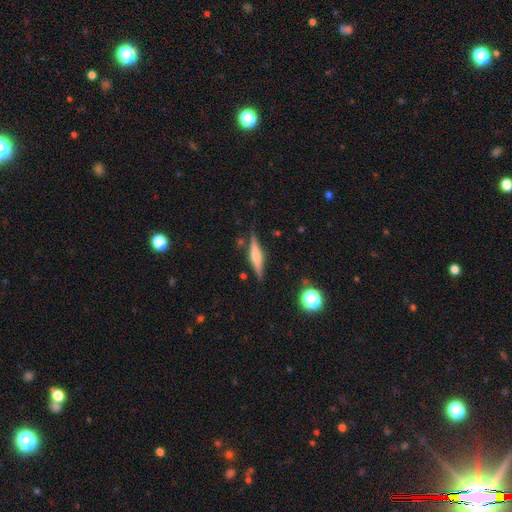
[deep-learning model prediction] Smooth or featured? Predicted: featured or disk (p=0.57). Edge-on disk? Predicted: yes (p=0.96). Edge-on bulge? Predicted: rounded (p=0.62). Merging? Predicted: none (p=0.85).